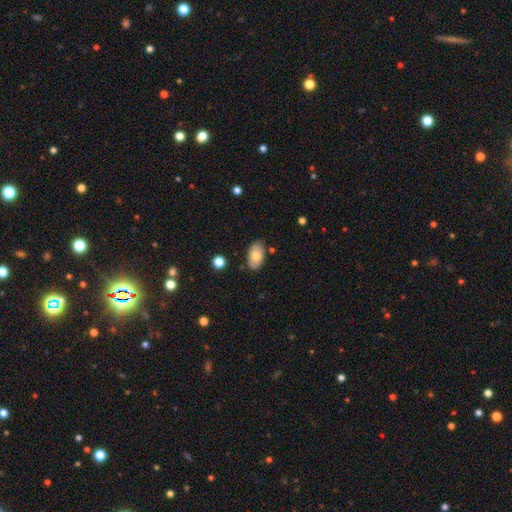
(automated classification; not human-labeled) smooth 76%, featured or disk 17%, star or artifact 7%. Down the decision tree: how rounded — in between (94%); merging — none (81%).